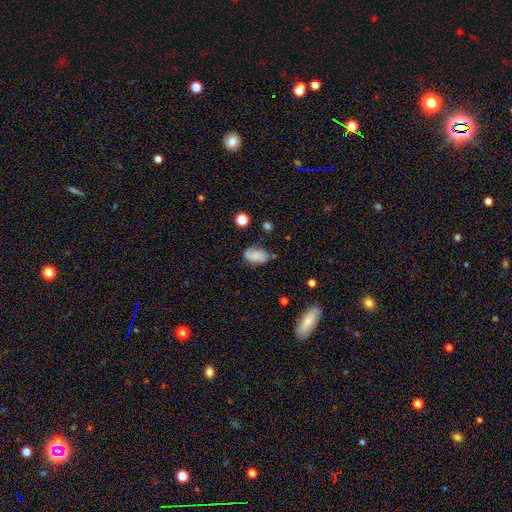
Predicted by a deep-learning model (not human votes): Overall: smooth (69%). How rounded: in between (92%). Merging: none (59%; minor disturbance 29%).